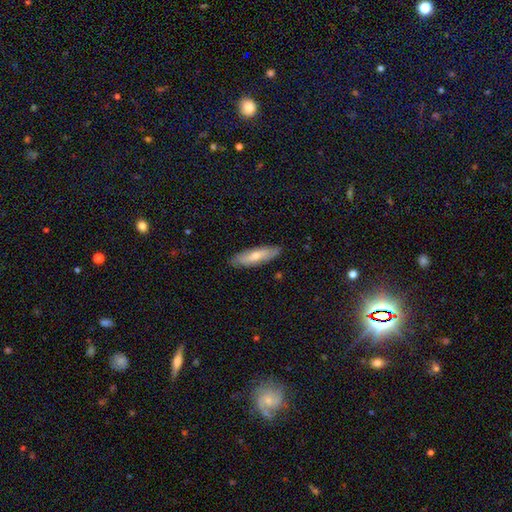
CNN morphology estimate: A smooth galaxy with no disk features (55%) that is cigar-shaped (64%).

Vote fractions:
- Smooth or featured? smooth: 55% / featured or disk: 38% / star or artifact: 7%
- How rounded? cigar-shaped: 64% / in between: 34% / round: 2%
- Merging? none: 87% / minor disturbance: 10% / major disturbance: 2% / merger: 1%